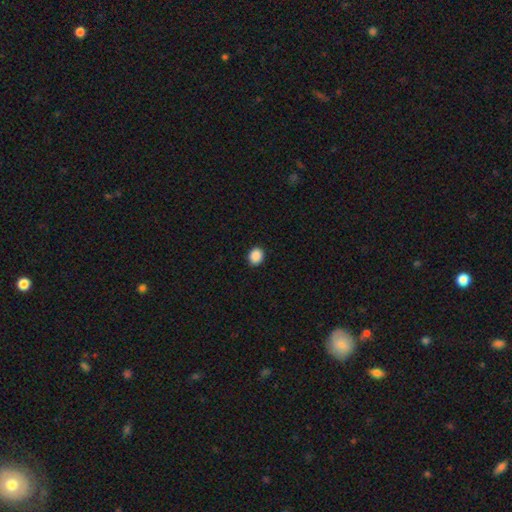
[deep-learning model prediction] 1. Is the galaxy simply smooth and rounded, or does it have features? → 89% smooth, 9% star or artifact, 2% featured or disk.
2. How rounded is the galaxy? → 59% round, 40% in between, 1% cigar-shaped.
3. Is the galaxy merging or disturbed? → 91% none, 6% minor disturbance, 2% major disturbance, 1% merger.